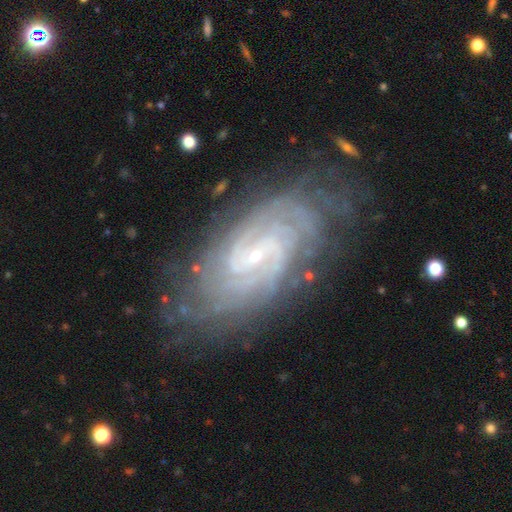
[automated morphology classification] This appears to be a featured or disk galaxy (90%) with a weak bar (45%), 2 (27%) tight (74%) spiral arms (98%) and a small central bulge (84%). Merging: none (78%).